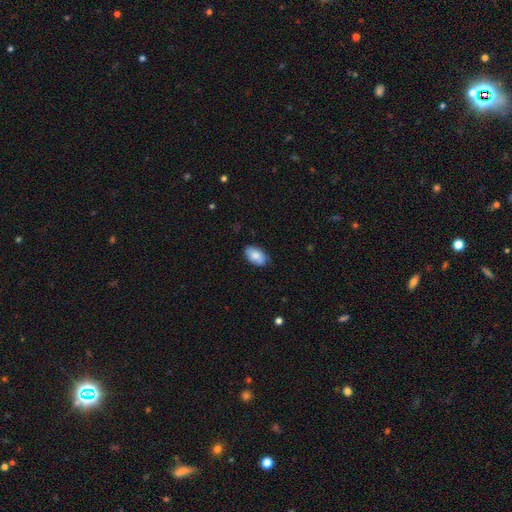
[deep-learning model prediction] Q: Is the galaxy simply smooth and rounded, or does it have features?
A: smooth — 82%.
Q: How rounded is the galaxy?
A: in between — 93%.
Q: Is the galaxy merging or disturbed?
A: none — 80%.